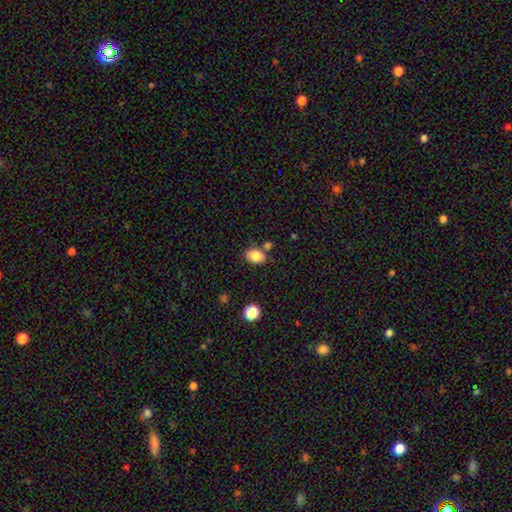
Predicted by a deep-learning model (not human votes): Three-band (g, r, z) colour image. It shows a smooth galaxy with no disk features (85%) that is in between round and cigar-shaped (69%). Merging: none (71%).